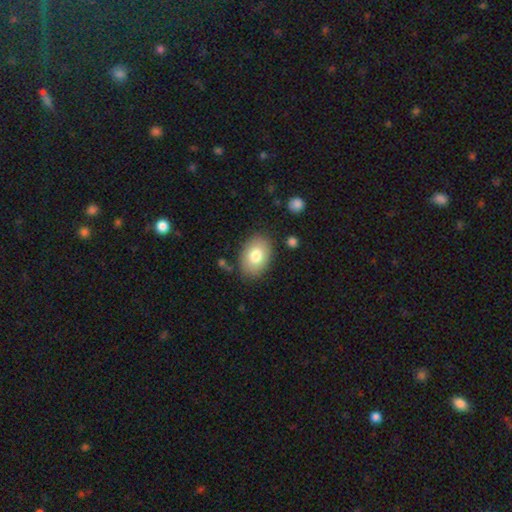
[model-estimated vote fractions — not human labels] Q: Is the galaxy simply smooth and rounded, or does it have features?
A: smooth — 78%.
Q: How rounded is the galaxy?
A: in between — 81%.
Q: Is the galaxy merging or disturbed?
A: none — 83%.